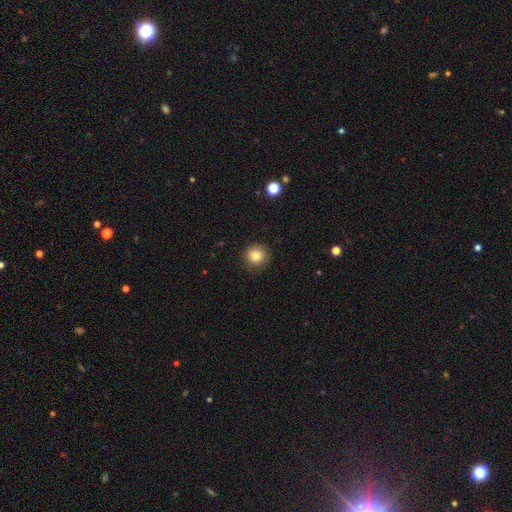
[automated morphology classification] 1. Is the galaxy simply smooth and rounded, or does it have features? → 84% smooth, 10% star or artifact, 6% featured or disk.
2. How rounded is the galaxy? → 93% round, 6% in between, 1% cigar-shaped.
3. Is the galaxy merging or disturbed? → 88% none, 8% minor disturbance, 2% major disturbance, 1% merger.